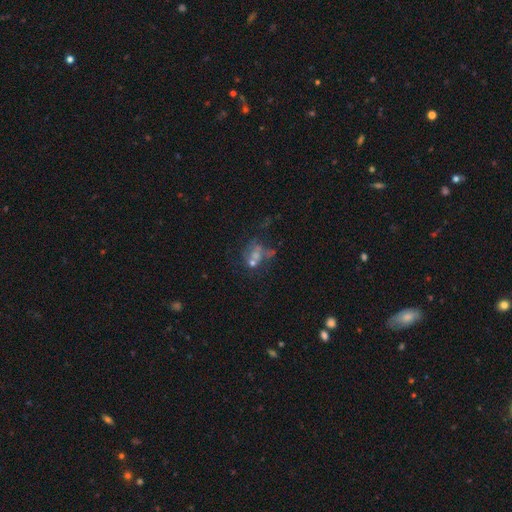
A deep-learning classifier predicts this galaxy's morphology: smooth-or-featured: featured or disk: 42% | star or artifact: 29% | smooth: 29%
  merging: none: 38% | merger: 27% | major disturbance: 21% | minor disturbance: 14%